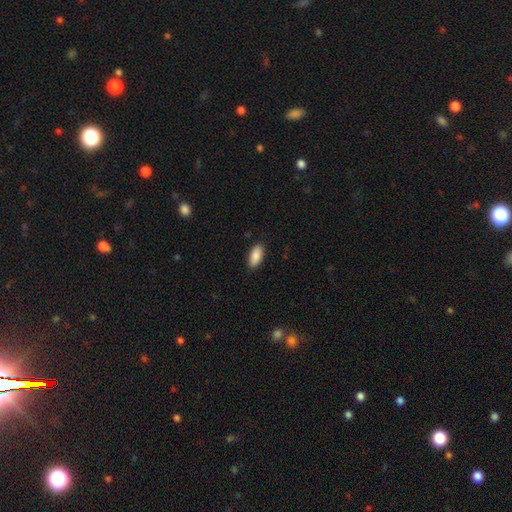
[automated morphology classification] This is clearly a smooth galaxy (90%). How rounded: clearly in between (89%). Merging: clearly none (89%).